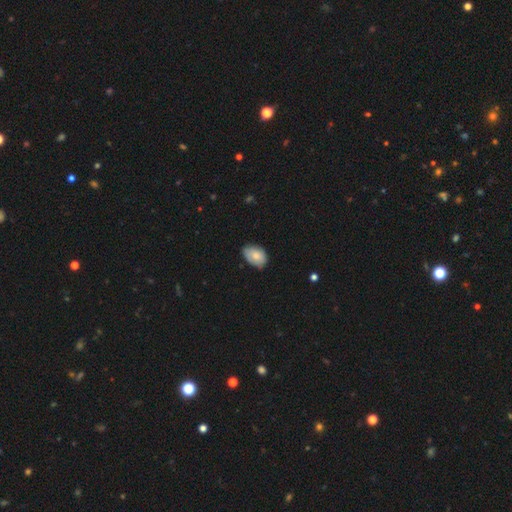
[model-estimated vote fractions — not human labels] The model was most divided on "merging": none: 67%, minor disturbance: 29%, major disturbance: 4%, merger: 1%. More confident: how rounded — in between (87%); smooth or featured — smooth (77%).